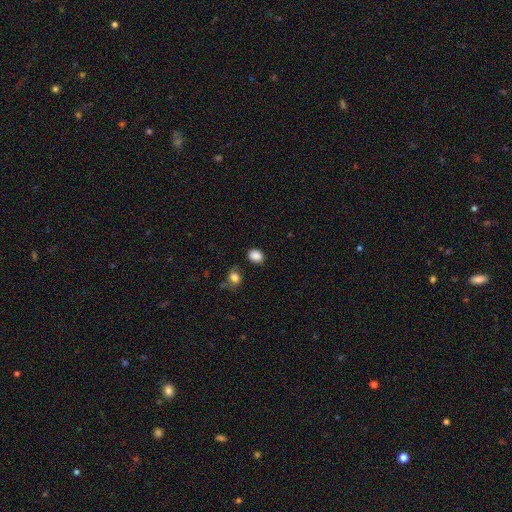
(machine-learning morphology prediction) This appears to be a smooth galaxy with no disk features (87%) that is in between round and cigar-shaped (58%). Merging: none (80%).